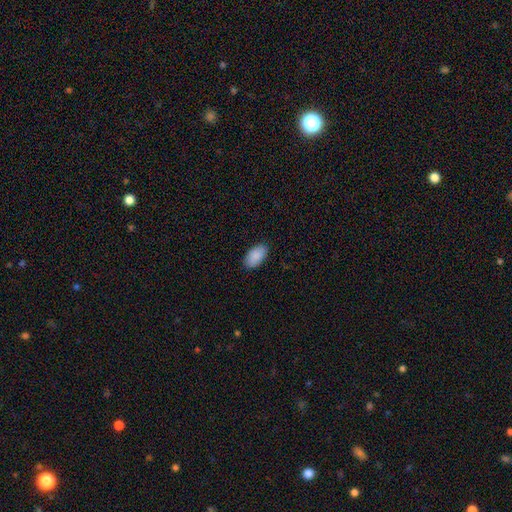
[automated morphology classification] Q: Smooth or featured?
A: smooth (90%); runner-up: star or artifact (6%)
Q: How rounded?
A: in between (95%); runner-up: round (3%)
Q: Merging?
A: none (87%); runner-up: minor disturbance (10%)